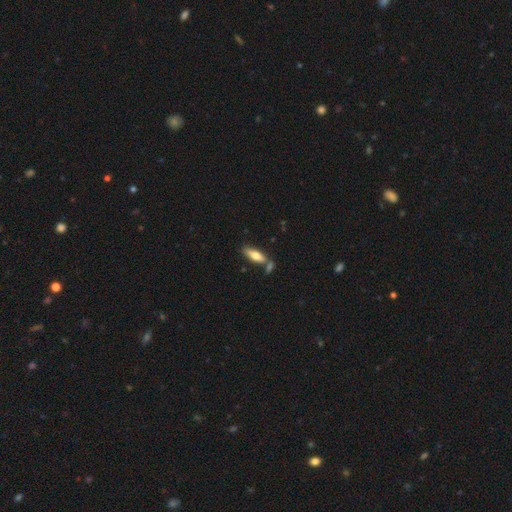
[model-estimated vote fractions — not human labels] The model was most divided on "how rounded": in between: 52%, cigar-shaped: 46%, round: 2%. More confident: merging — none (65%); smooth or featured — smooth (63%).